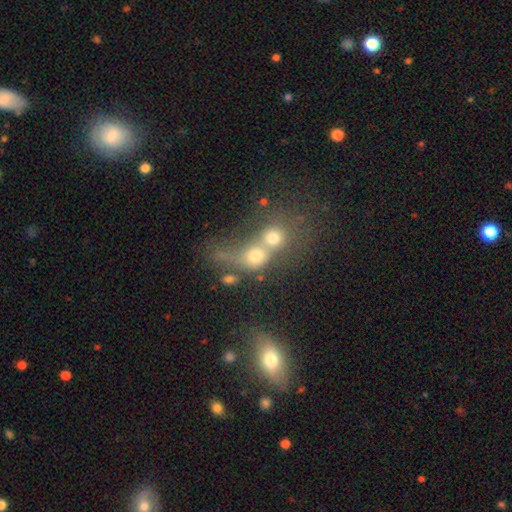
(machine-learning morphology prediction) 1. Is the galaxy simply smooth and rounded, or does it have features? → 63% smooth, 20% featured or disk, 16% star or artifact.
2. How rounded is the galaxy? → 67% round, 30% in between, 3% cigar-shaped.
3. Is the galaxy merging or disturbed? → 70% merger, 17% none, 8% major disturbance, 6% minor disturbance.